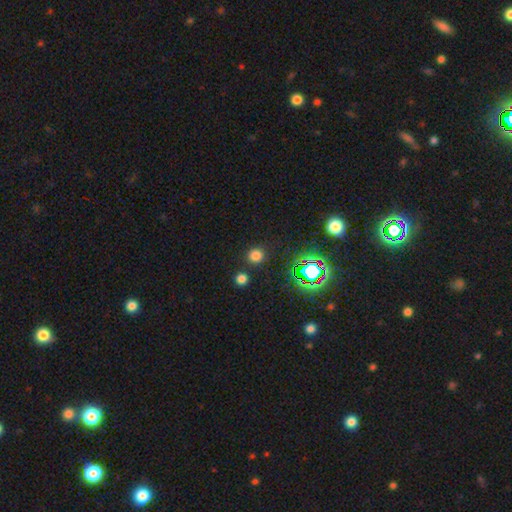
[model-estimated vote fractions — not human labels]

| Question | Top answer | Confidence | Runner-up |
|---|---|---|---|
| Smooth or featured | smooth | 72% | star or artifact (23%) |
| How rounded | round | 90% | in between (9%) |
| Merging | none | 85% | minor disturbance (7%) |